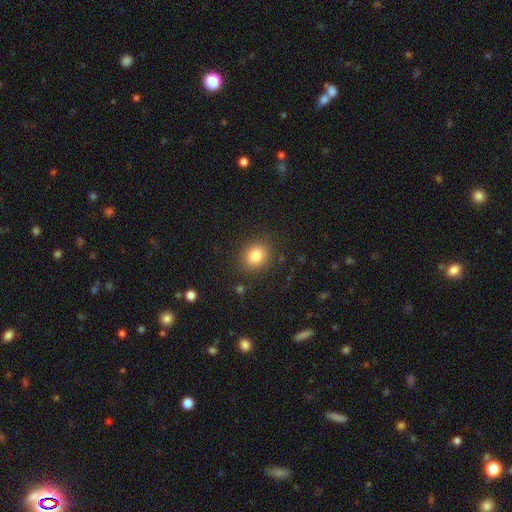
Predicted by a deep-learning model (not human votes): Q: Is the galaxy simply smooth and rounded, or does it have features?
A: smooth — 83%.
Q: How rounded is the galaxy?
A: round — 63%.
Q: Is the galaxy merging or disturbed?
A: none — 86%.